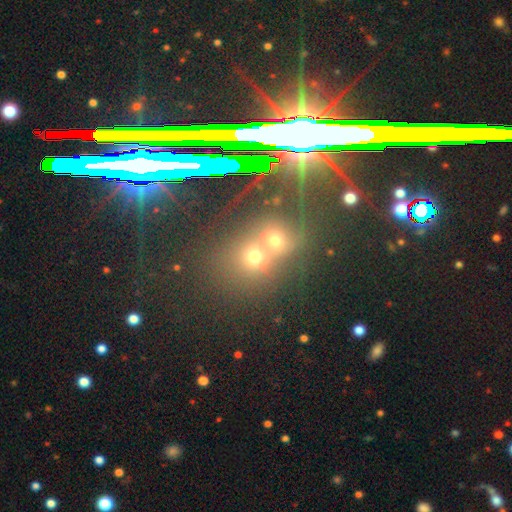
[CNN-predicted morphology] The model was most divided on "smooth or featured": smooth: 53%, star or artifact: 35%, featured or disk: 12%. More confident: how rounded — round (79%); merging — merger (55%).